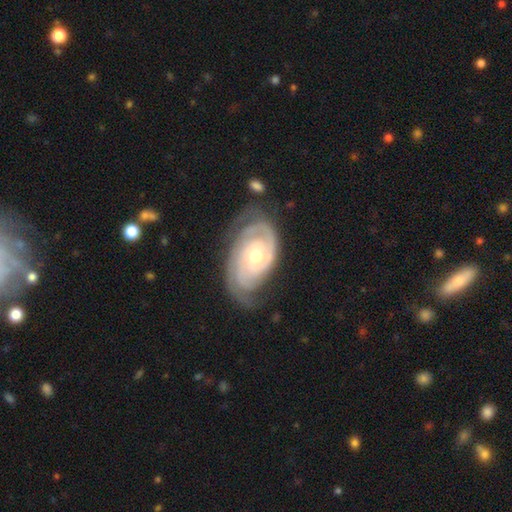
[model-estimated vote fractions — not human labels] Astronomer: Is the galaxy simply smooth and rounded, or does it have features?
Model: featured or disk — 89%.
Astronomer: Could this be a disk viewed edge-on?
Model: no — 97%.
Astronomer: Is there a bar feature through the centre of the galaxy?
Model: no — 64%.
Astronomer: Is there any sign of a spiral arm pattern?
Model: yes — 97%.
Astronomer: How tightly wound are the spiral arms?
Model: tight — 72%.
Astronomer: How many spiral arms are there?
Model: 2 — 62%.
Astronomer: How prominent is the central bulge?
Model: moderate — 59% (runner-up: small, 36%).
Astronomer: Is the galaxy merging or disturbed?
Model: none — 68%.